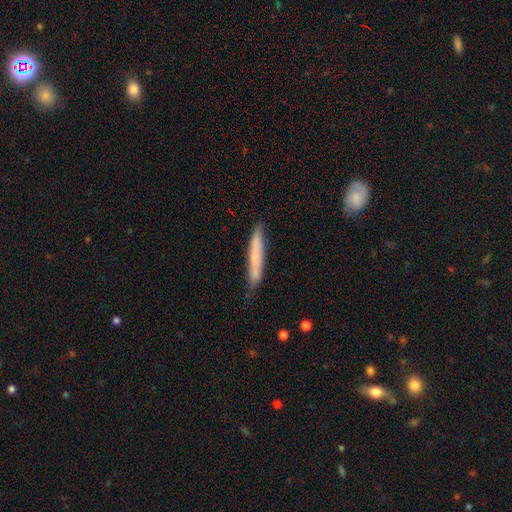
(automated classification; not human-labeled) smooth 69%, featured or disk 25%, star or artifact 6%. Down the decision tree: how rounded — cigar-shaped (95%); merging — none (78%).